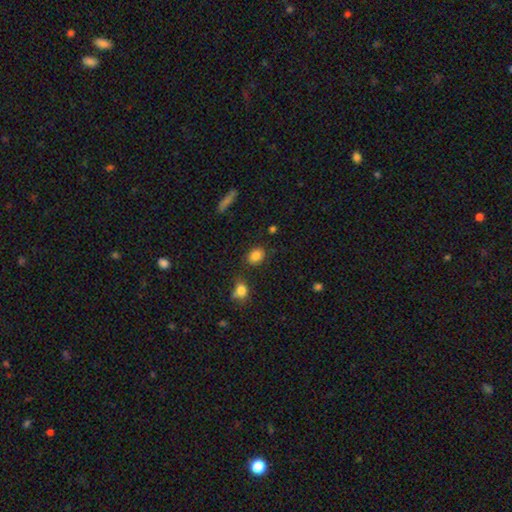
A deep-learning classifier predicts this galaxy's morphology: smooth-or-featured: smooth: 85% | star or artifact: 10% | featured or disk: 5%
  how-rounded: in between: 61% | round: 38% | cigar-shaped: 2%
  merging: none: 80% | minor disturbance: 11% | merger: 5% | major disturbance: 3%